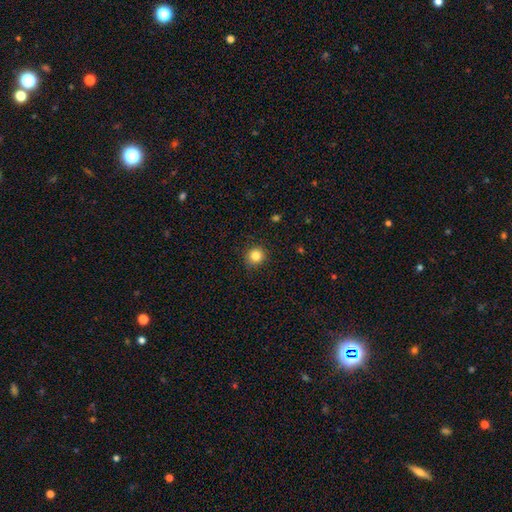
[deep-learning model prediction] Smooth or featured? smooth (84%)
How rounded? round (91%)
Merging? none (89%)